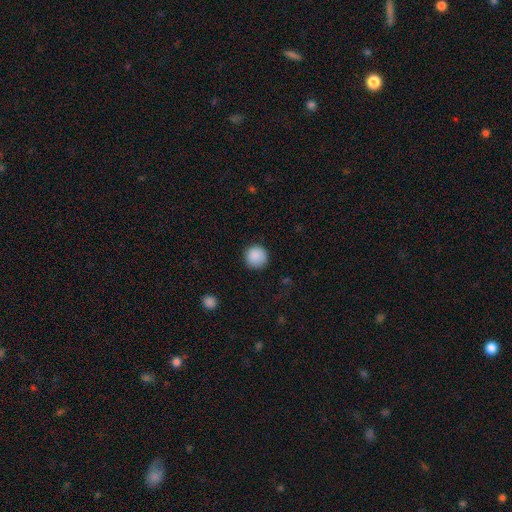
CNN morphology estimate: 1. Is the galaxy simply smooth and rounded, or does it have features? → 89% smooth, 8% star or artifact, 3% featured or disk.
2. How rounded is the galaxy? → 95% round, 4% in between, 1% cigar-shaped.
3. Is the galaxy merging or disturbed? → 89% none, 7% minor disturbance, 2% major disturbance, 1% merger.